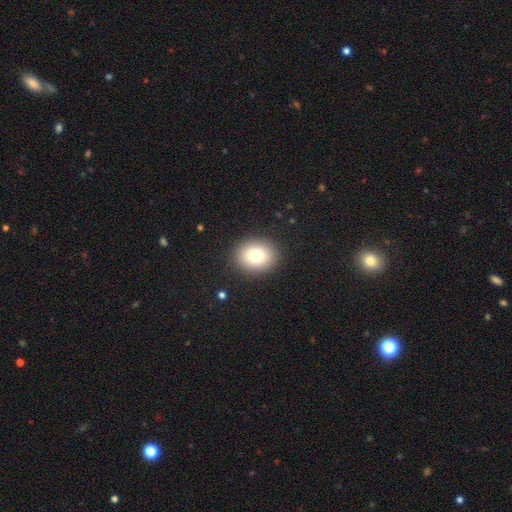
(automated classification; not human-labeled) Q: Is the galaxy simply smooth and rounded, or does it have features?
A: smooth — 78%.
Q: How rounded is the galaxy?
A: round — 57%.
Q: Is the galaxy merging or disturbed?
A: none — 90%.